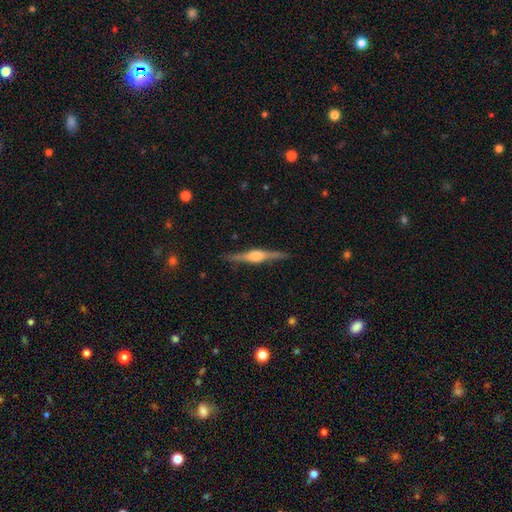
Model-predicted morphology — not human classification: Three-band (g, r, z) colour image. It shows a featured or disk galaxy (80%) viewed edge-on (98%) with a rounded central bulge (80%). Merging: none (89%).